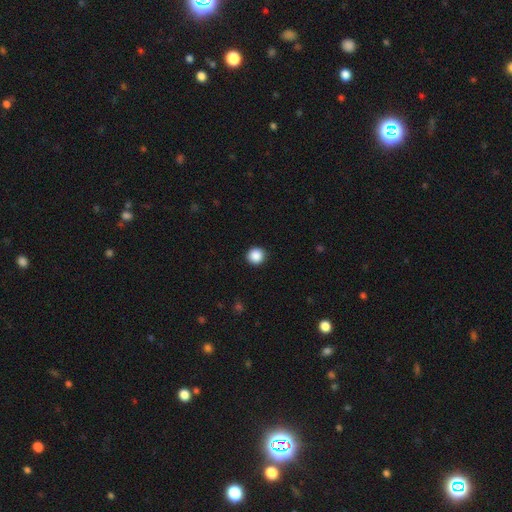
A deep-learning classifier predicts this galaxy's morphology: This is clearly a smooth galaxy (88%). How rounded: clearly round (95%). Merging: clearly none (92%).